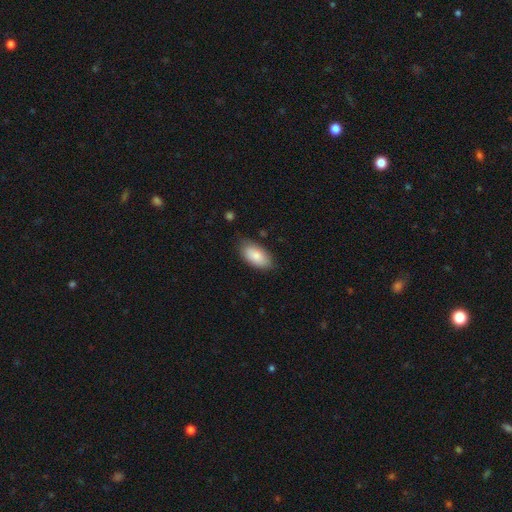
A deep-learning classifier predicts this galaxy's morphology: Q: Smooth or featured?
A: smooth (85%); runner-up: featured or disk (9%)
Q: How rounded?
A: in between (93%); runner-up: cigar-shaped (4%)
Q: Merging?
A: none (78%); runner-up: minor disturbance (17%)